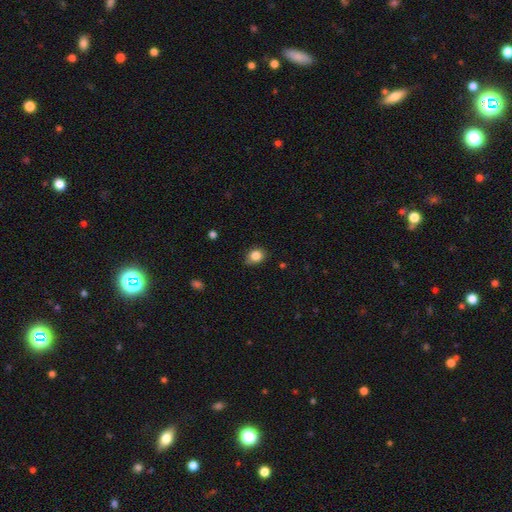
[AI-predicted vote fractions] Smooth or featured? smooth (85%)
How rounded? round (56%)
Merging? none (74%)